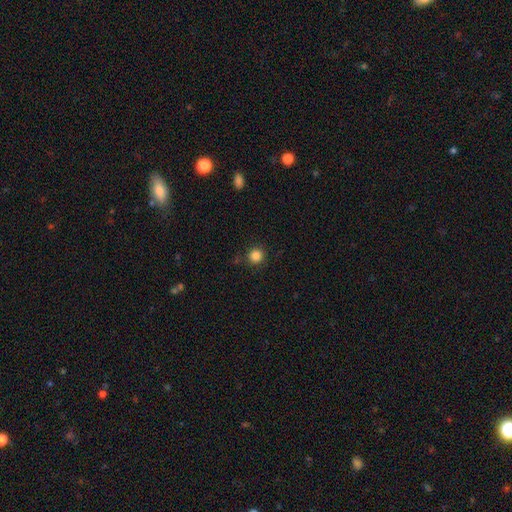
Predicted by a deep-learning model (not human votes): Morphology: type=smooth (85%); roundness=round (93%); merging=none (87%).